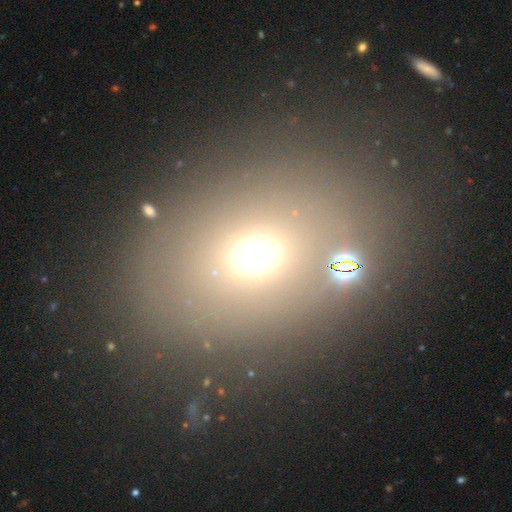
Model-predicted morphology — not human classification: This is likely a smooth galaxy (62%). How rounded: possibly round (50%). Merging: likely none (75%).